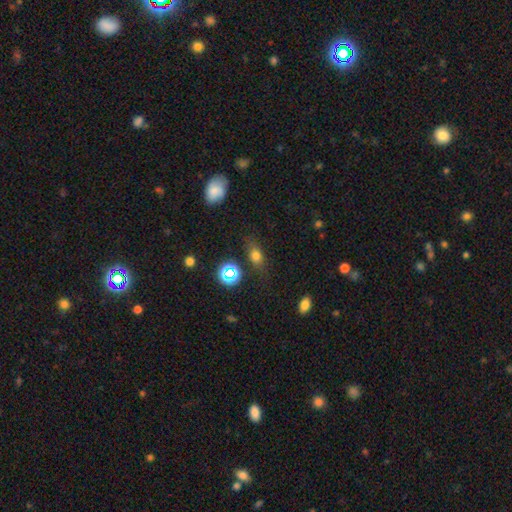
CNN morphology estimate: A smooth galaxy with no disk features (68%) that is in between round and cigar-shaped (68%).

Vote fractions:
- Smooth or featured? smooth: 68% / star or artifact: 20% / featured or disk: 12%
- How rounded? in between: 68% / round: 24% / cigar-shaped: 8%
- Merging? none: 74% / minor disturbance: 17% / major disturbance: 6% / merger: 3%